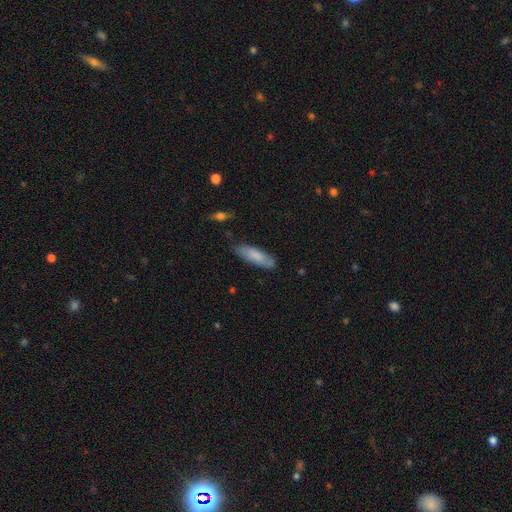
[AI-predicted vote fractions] Smooth or featured? Predicted: smooth (p=0.78). How rounded? Predicted: cigar-shaped (p=0.51). Merging? Predicted: none (p=0.77).